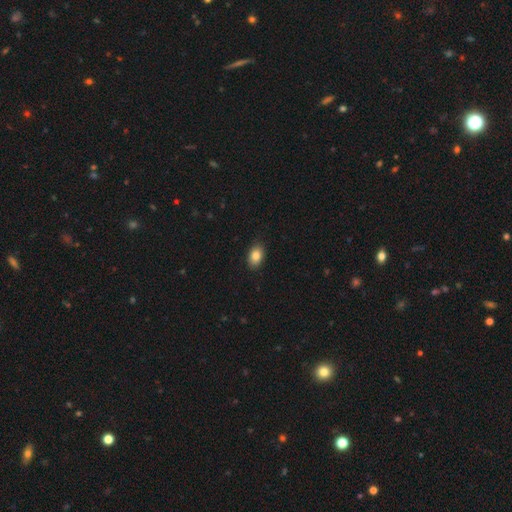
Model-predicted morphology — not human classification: Smooth or featured: smooth — 85% (star or artifact — 8%)
How rounded: in between — 86% (round — 12%)
Merging: none — 88% (minor disturbance — 9%)